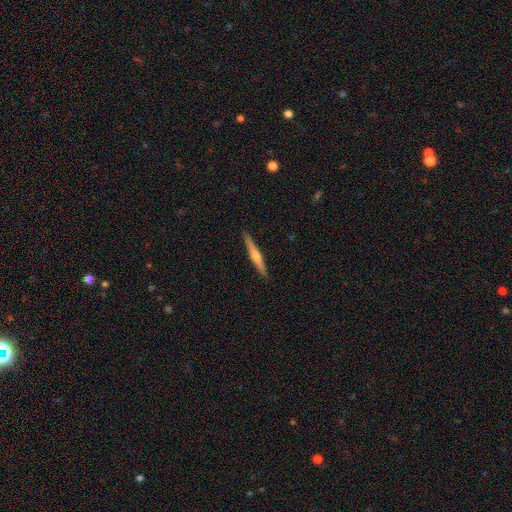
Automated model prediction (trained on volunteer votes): Smooth or featured? Predicted: featured or disk (p=0.69). Edge-on disk? Predicted: yes (p=0.98). Edge-on bulge? Predicted: rounded (p=0.77). Merging? Predicted: none (p=0.92).